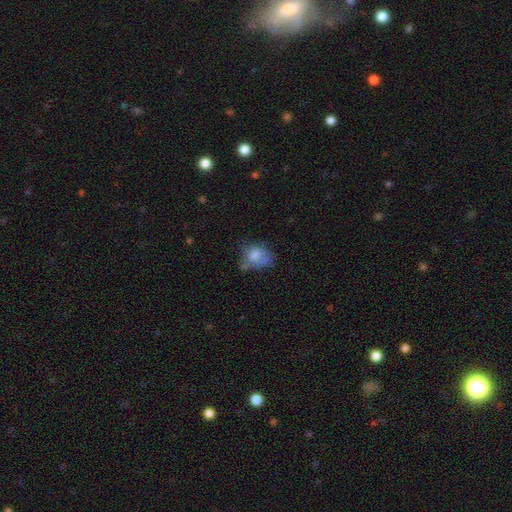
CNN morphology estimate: Smooth or featured: smooth — 65% (featured or disk — 25%)
How rounded: in between — 56% (round — 43%)
Merging: none — 35% (minor disturbance — 31%)